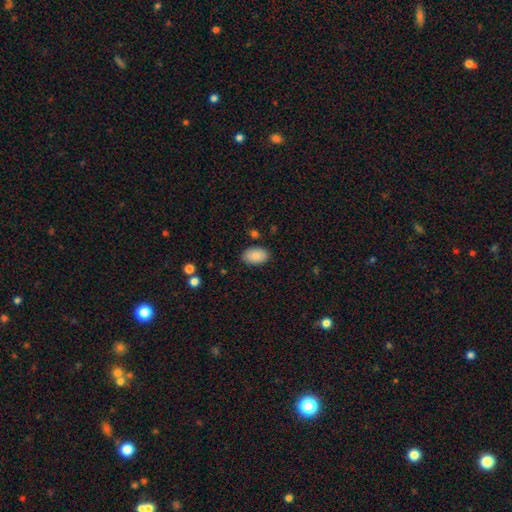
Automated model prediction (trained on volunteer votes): This appears to be a smooth galaxy with no disk features (87%) that is in between round and cigar-shaped (92%). Merging: none (86%).